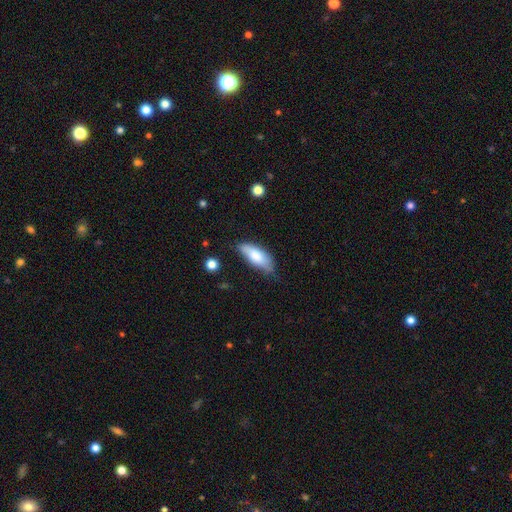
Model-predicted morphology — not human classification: Q: Smooth or featured?
A: smooth (78%); runner-up: featured or disk (16%)
Q: How rounded?
A: in between (77%); runner-up: cigar-shaped (21%)
Q: Merging?
A: none (56%); runner-up: minor disturbance (34%)